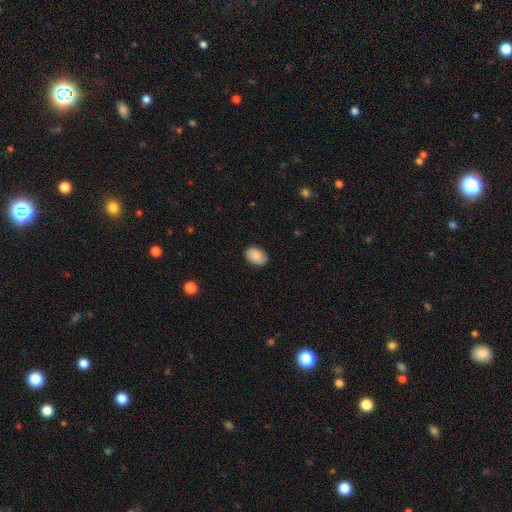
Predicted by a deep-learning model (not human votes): A smooth galaxy with no disk features (84%) that is in between round and cigar-shaped (84%). Merging: none (87%).